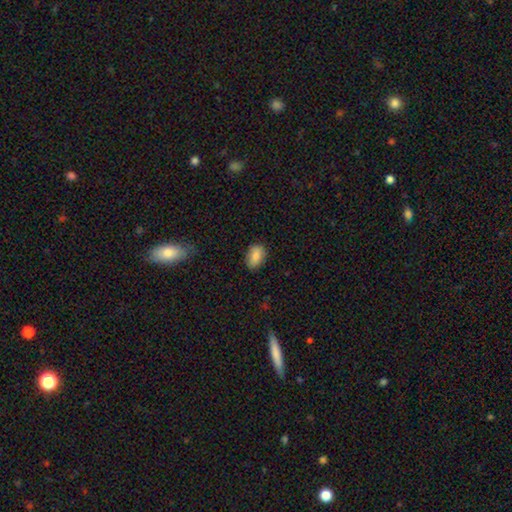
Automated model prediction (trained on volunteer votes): This appears to be a smooth galaxy with no disk features (86%) that is in between round and cigar-shaped (87%). Merging: none (82%).